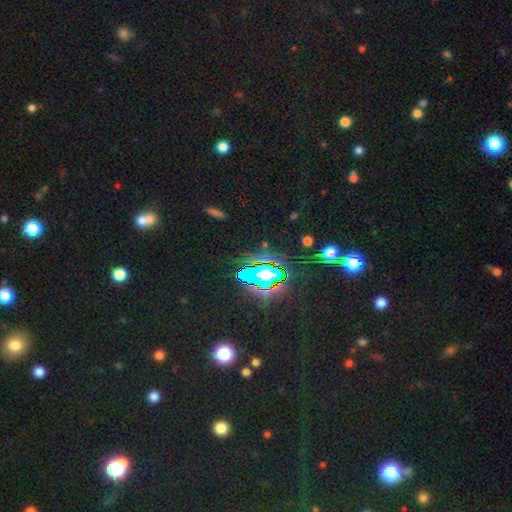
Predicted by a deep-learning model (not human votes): This is likely a star or artifact rather than a galaxy (79%).